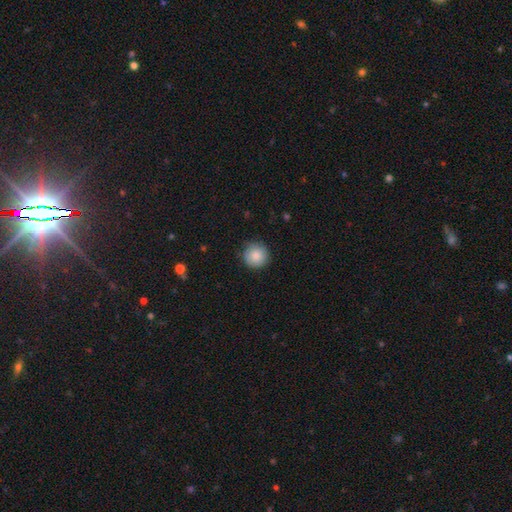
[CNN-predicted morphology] Overall: smooth (85%). How rounded: round (95%). Merging: none (85%).